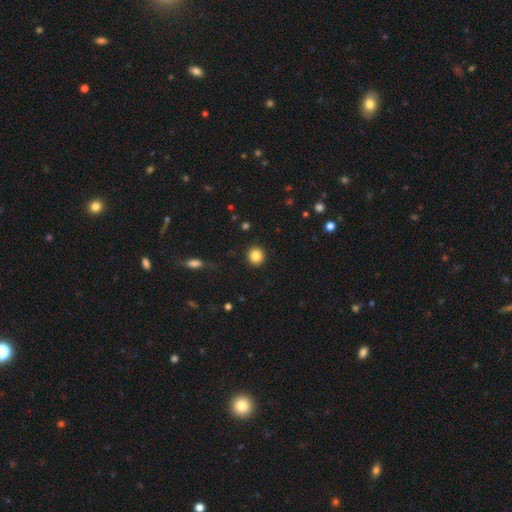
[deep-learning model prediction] smooth 86%, star or artifact 10%, featured or disk 4%. Down the decision tree: how rounded — round (90%); merging — none (91%).